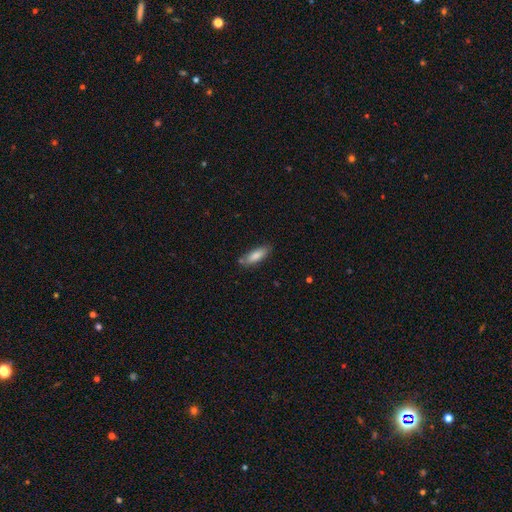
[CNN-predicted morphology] Q: Smooth or featured?
A: smooth (82%); runner-up: featured or disk (12%)
Q: How rounded?
A: in between (52%); runner-up: cigar-shaped (46%)
Q: Merging?
A: none (77%); runner-up: minor disturbance (15%)